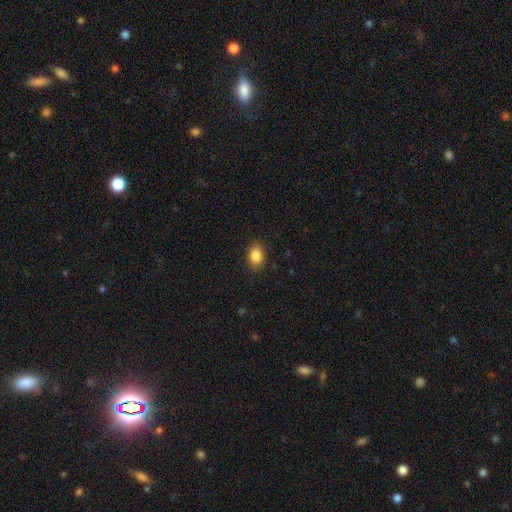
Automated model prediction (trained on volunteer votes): smooth_or_featured: smooth (p=0.86) [alt: star or artifact p=0.09]
how_rounded: in between (p=0.77) [alt: round p=0.21]
merging: none (p=0.87) [alt: minor disturbance p=0.10]